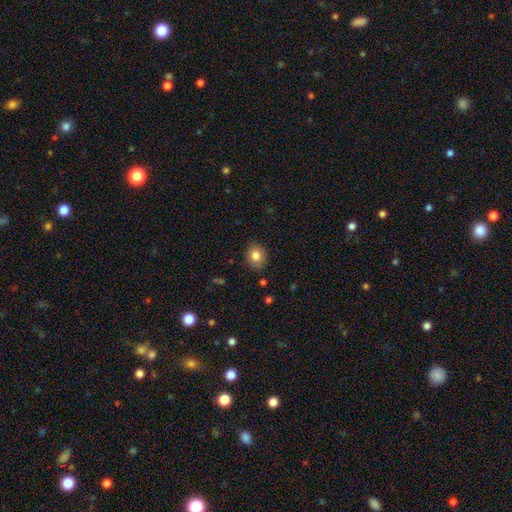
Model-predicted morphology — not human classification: smooth_or_featured: smooth (p=0.82) [alt: featured or disk p=0.09]
how_rounded: round (p=0.50) [alt: in between p=0.49]
merging: none (p=0.86) [alt: minor disturbance p=0.11]